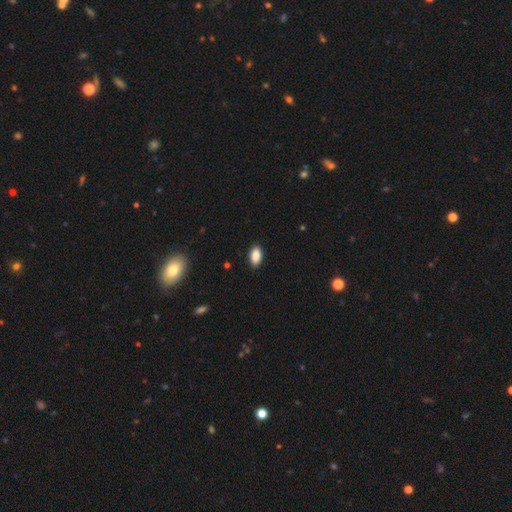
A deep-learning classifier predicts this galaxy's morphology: smooth 87%, star or artifact 8%, featured or disk 5%. Down the decision tree: how rounded — in between (93%); merging — none (89%).